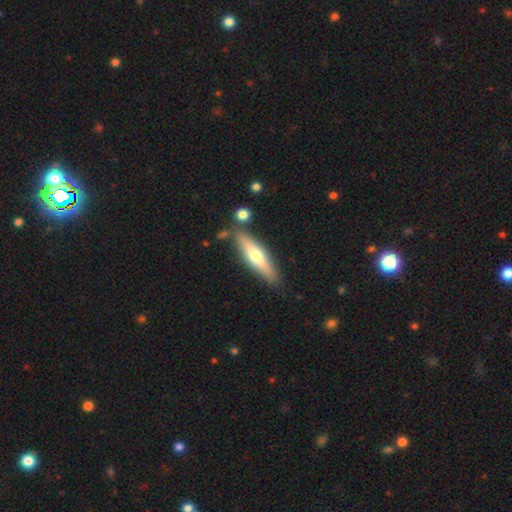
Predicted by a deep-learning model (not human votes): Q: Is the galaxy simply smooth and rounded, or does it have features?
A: smooth — 48%.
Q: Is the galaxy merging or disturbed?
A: none — 80%.